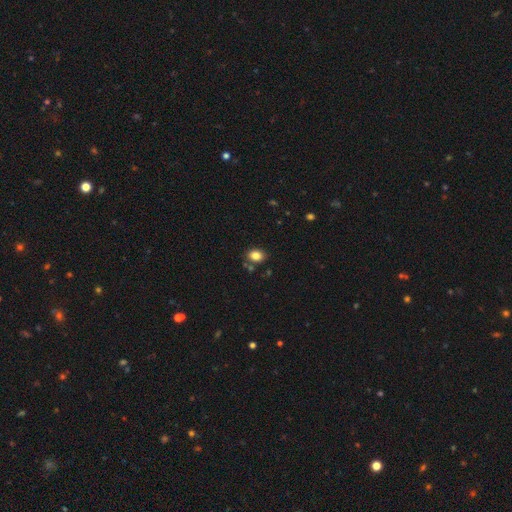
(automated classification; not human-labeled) A smooth galaxy with no disk features (84%) that is in between round and cigar-shaped (69%).

Vote fractions:
- Smooth or featured? smooth: 84% / star or artifact: 10% / featured or disk: 6%
- How rounded? in between: 69% / round: 30% / cigar-shaped: 1%
- Merging? none: 79% / minor disturbance: 11% / merger: 7% / major disturbance: 3%